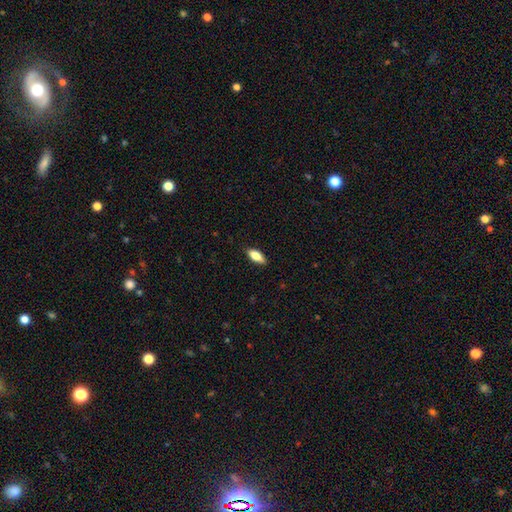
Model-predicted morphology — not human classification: smooth 77%, featured or disk 17%, star or artifact 7%. Down the decision tree: how rounded — in between (78%); merging — none (86%).